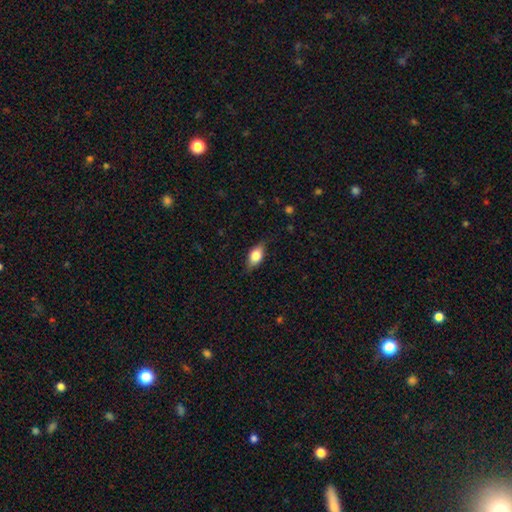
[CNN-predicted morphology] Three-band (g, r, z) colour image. It shows a smooth galaxy with no disk features (69%) that is in between round and cigar-shaped (83%). Merging: none (78%).